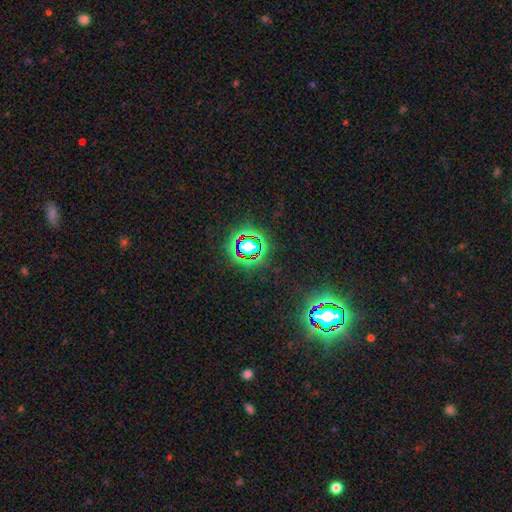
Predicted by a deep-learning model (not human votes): Smooth or featured?
  - star or artifact: 79% *
  - smooth: 13%
  - featured or disk: 8%